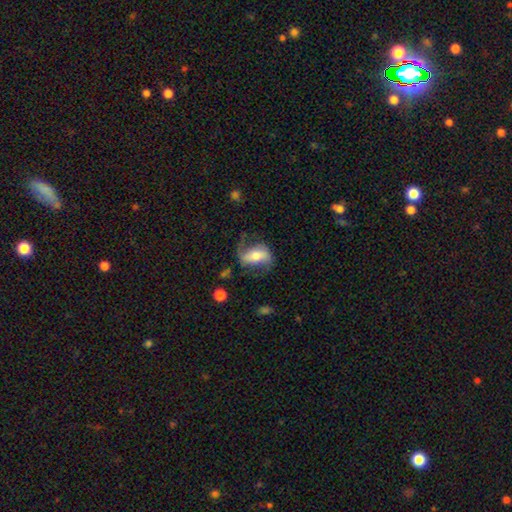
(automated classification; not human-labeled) Smooth or featured: featured or disk — 56% (smooth — 37%)
Edge-on disk: no — 91% (yes — 9%)
Bar: strong — 43% (weak — 30%)
Spiral arms: yes — 79% (no — 21%)
Bulge size: moderate — 56% (small — 22%)
Merging: none — 55% (minor disturbance — 22%)